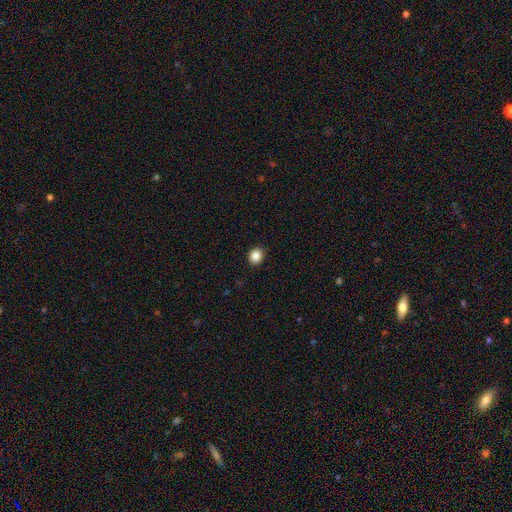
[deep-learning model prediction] Morphology: type=smooth (87%); roundness=round (65%); merging=none (91%).